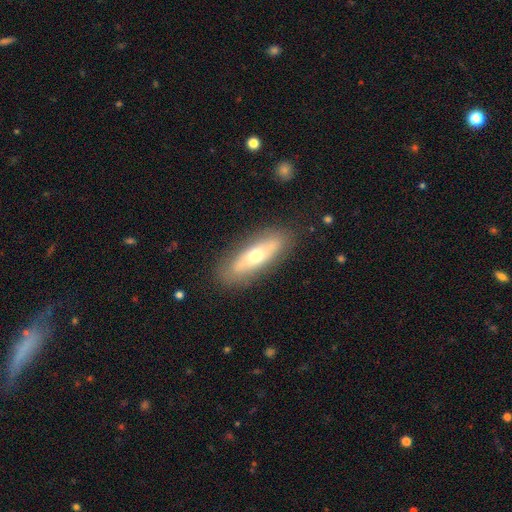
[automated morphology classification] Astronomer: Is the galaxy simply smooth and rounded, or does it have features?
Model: smooth — 49% (runner-up: featured or disk, 45%).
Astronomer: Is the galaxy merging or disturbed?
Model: none — 83%.